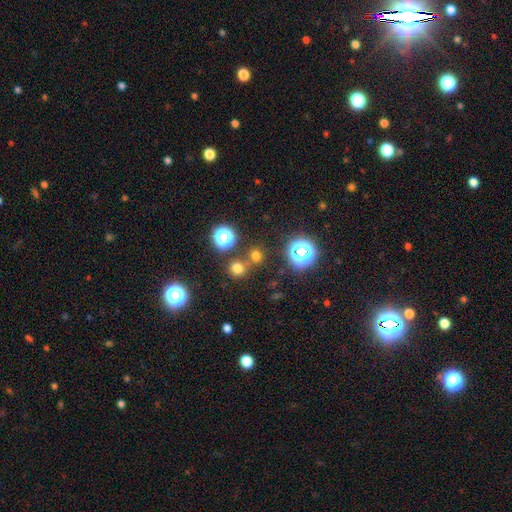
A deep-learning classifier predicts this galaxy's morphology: type=smooth (65%); roundness=round (85%); merging=none (67%).